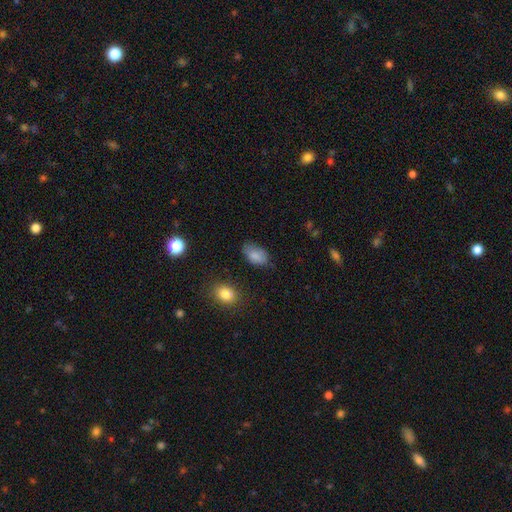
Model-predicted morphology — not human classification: smooth_or_featured: smooth (p=0.83) [alt: star or artifact p=0.09]
how_rounded: in between (p=0.93) [alt: round p=0.06]
merging: none (p=0.69) [alt: minor disturbance p=0.24]